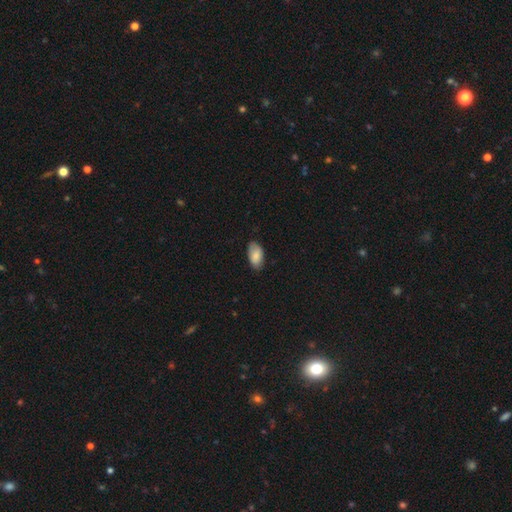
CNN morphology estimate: This appears to be a smooth galaxy with no disk features (84%) that is in between round and cigar-shaped (95%). Merging: none (78%).